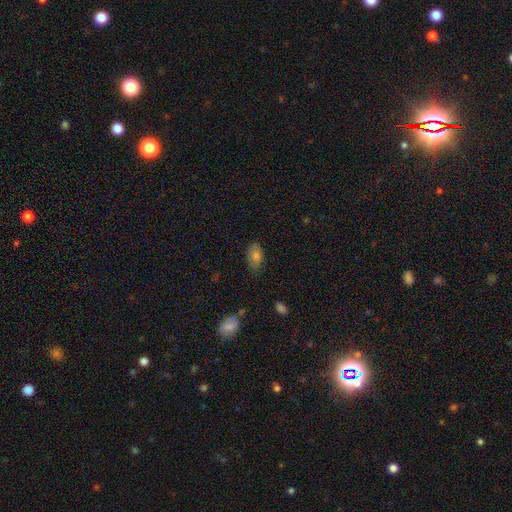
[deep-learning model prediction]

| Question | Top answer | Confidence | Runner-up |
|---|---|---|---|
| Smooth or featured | smooth | 73% | featured or disk (16%) |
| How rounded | in between | 90% | round (8%) |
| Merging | none | 74% | minor disturbance (20%) |